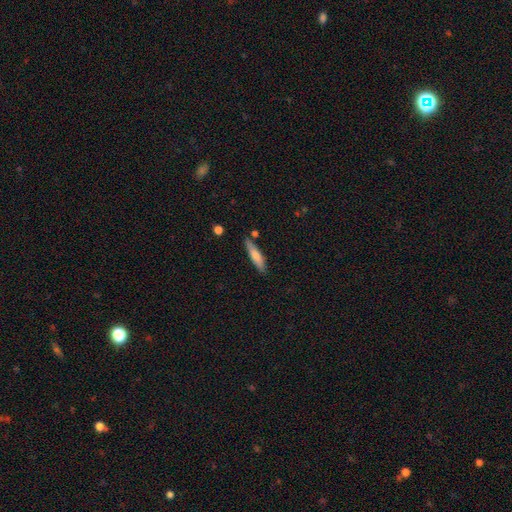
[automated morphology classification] This appears to be a smooth galaxy with no disk features (70%) that is cigar-shaped (80%). Merging: none (81%).